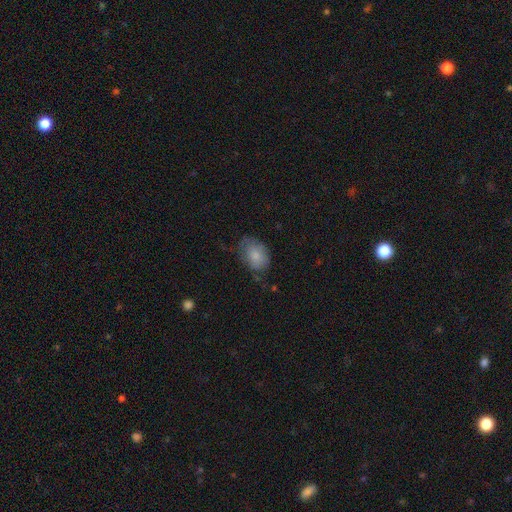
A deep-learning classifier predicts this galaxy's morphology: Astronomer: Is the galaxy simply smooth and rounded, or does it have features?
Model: smooth — 79%.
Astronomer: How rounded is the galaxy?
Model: in between — 80%.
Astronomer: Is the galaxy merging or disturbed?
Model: none — 54% (runner-up: minor disturbance, 33%).